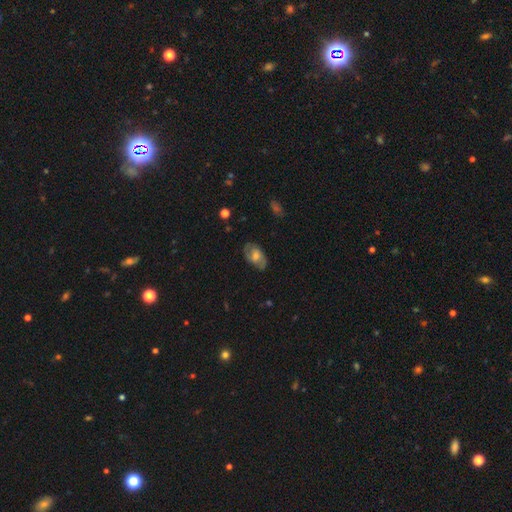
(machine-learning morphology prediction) This appears to be a featured or disk galaxy (52%). Merging: none (78%).